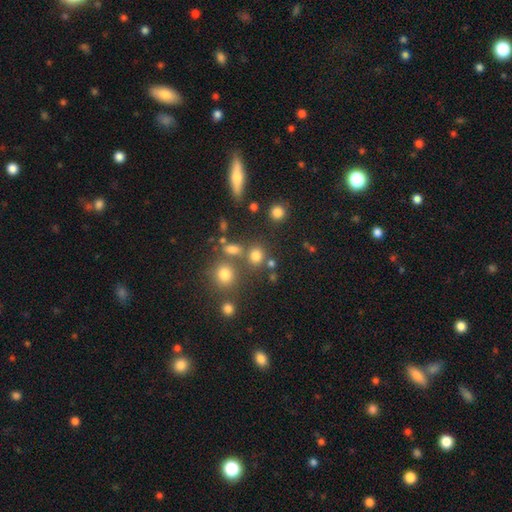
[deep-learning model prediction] Q: Smooth or featured?
A: smooth (75%); runner-up: star or artifact (17%)
Q: How rounded?
A: round (79%); runner-up: in between (19%)
Q: Merging?
A: none (66%); runner-up: merger (19%)